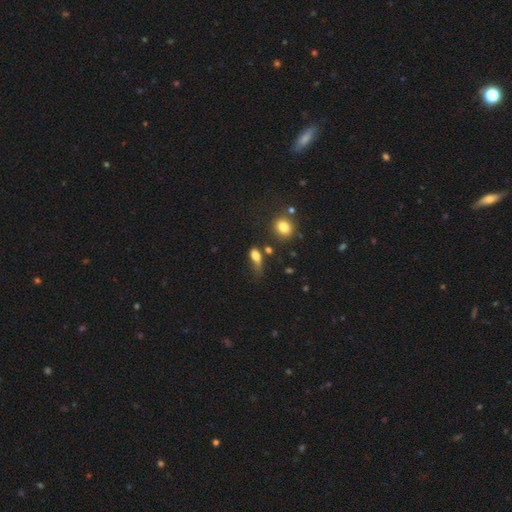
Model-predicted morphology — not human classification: Smooth or featured: smooth — 75% (featured or disk — 14%)
How rounded: in between — 69% (cigar-shaped — 17%)
Merging: none — 31% (tied with major disturbance — 31%)